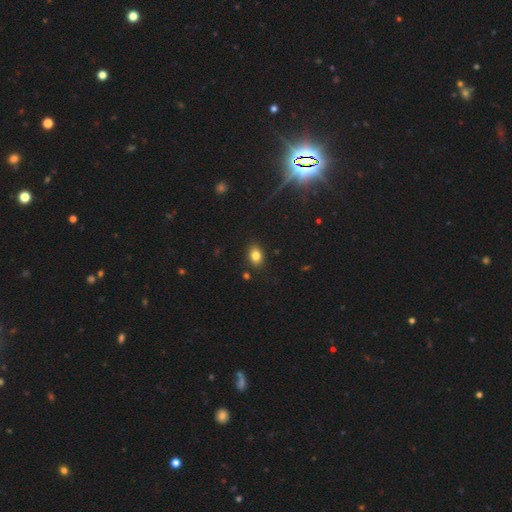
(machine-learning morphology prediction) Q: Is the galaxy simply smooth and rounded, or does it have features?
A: smooth — 82%.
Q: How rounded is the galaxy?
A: in between — 72%.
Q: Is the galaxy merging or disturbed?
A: none — 86%.